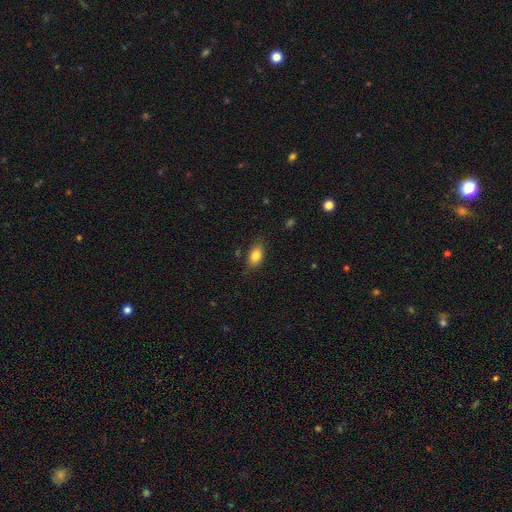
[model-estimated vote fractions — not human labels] Morphology: type=smooth (82%); roundness=in between (85%); merging=none (78%).